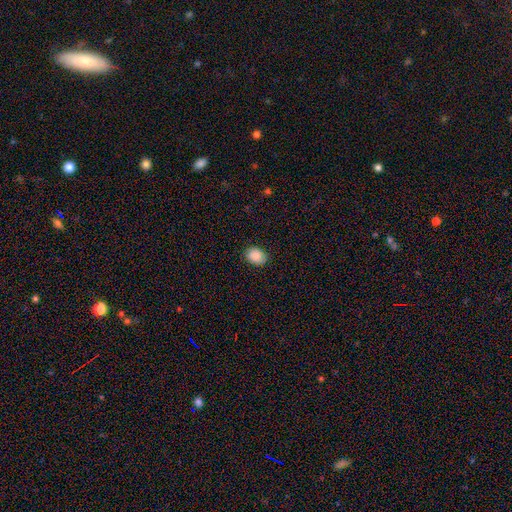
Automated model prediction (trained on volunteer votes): Smooth or featured: smooth — 89% (star or artifact — 7%)
How rounded: in between — 68% (round — 31%)
Merging: none — 86% (minor disturbance — 11%)